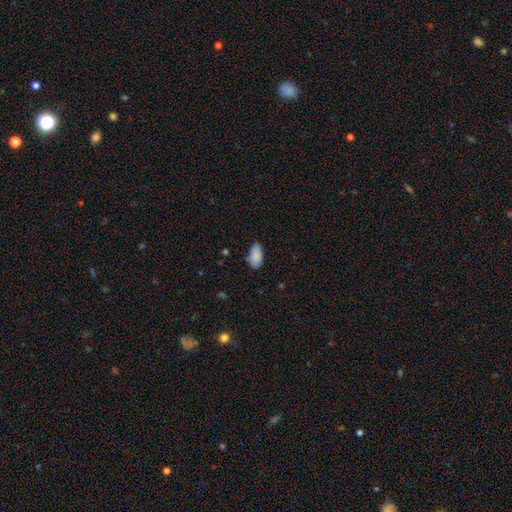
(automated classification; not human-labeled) A smooth galaxy with no disk features (88%) that is in between round and cigar-shaped (94%). Merging: none (73%).